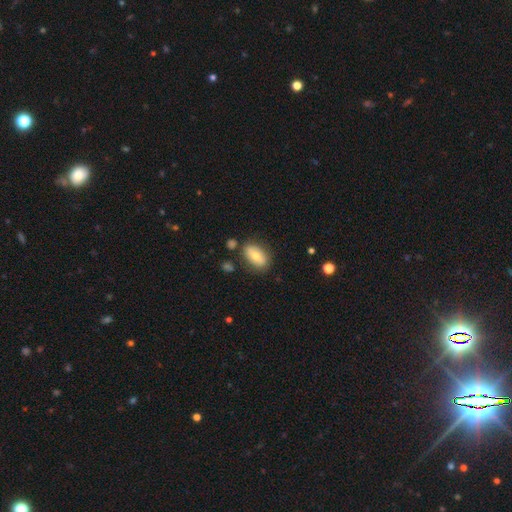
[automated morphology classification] smooth_or_featured: smooth (p=0.64) [alt: featured or disk p=0.29]
how_rounded: in between (p=0.89) [alt: round p=0.08]
merging: none (p=0.77) [alt: minor disturbance p=0.15]